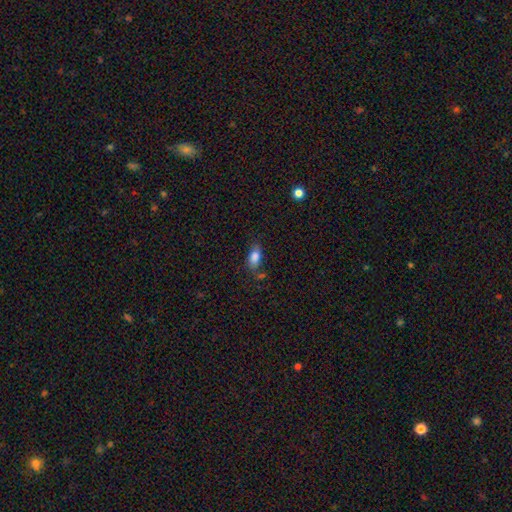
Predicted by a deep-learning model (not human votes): A smooth galaxy with no disk features (82%) that is in between round and cigar-shaped (87%).

Vote fractions:
- Smooth or featured? smooth: 82% / featured or disk: 9% / star or artifact: 9%
- How rounded? in between: 87% / cigar-shaped: 9% / round: 5%
- Merging? none: 67% / minor disturbance: 20% / merger: 7% / major disturbance: 6%